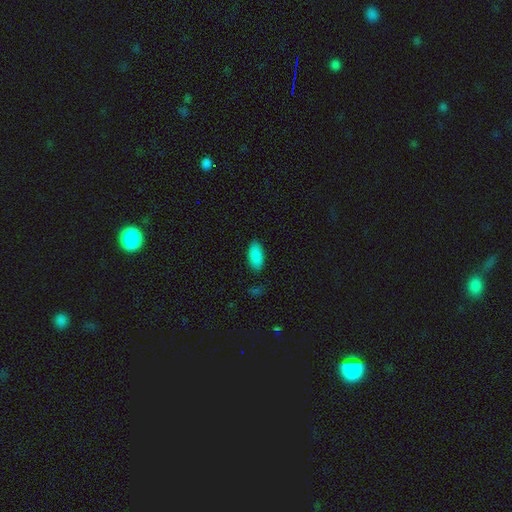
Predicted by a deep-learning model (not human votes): This appears to be a smooth galaxy with no disk features (89%) that is in between round and cigar-shaped (91%). Merging: none (84%).